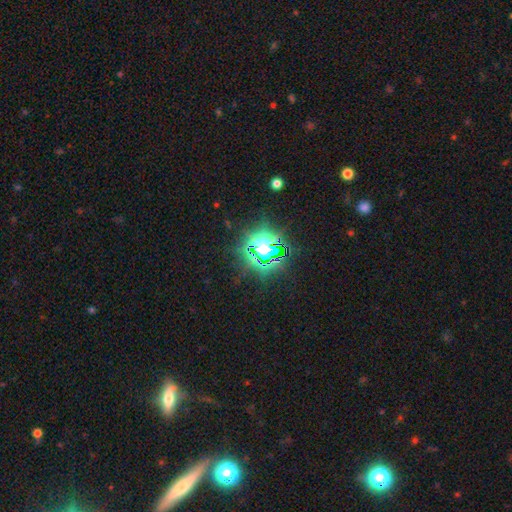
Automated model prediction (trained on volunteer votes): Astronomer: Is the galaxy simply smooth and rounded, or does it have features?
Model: star or artifact — 76%.